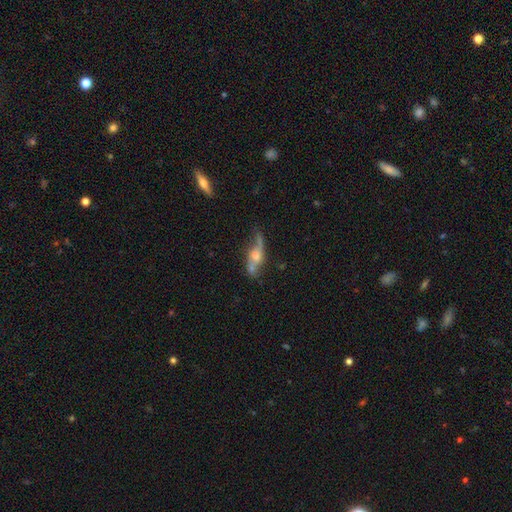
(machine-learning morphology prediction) smooth-or-featured: featured or disk: 70% | smooth: 22% | star or artifact: 9%
  disk-edge-on: no: 58% | yes: 42%
  merging: none: 52% | minor disturbance: 23% | major disturbance: 13% | merger: 12%